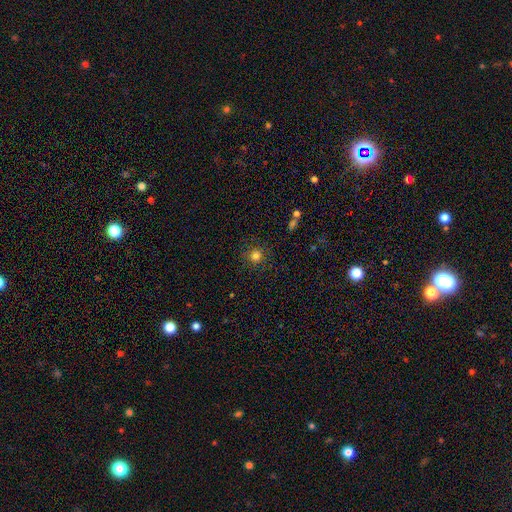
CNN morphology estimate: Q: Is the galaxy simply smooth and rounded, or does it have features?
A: smooth — 80%.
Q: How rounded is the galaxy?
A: round — 94%.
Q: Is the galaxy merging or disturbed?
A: none — 88%.